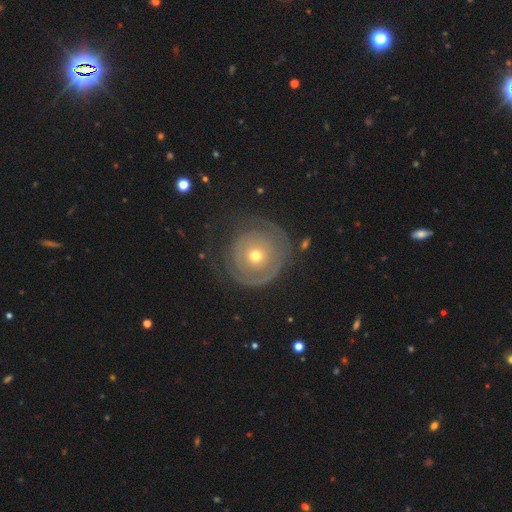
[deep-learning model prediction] Smooth or featured?
  - featured or disk: 68% *
  - smooth: 25%
  - star or artifact: 7%
Edge-on disk?
  - no: 97% *
  - yes: 3%
Bar?
  - no: 88% *
  - weak: 9%
  - strong: 3%
Spiral arms?
  - yes: 66% *
  - no: 34%
Bulge size?
  - moderate: 49% *
  - small: 46%
  - large: 3%
  - dominant: 1%
  - none: 1%
Merging?
  - none: 61% *
  - major disturbance: 19%
  - minor disturbance: 18%
  - merger: 2%